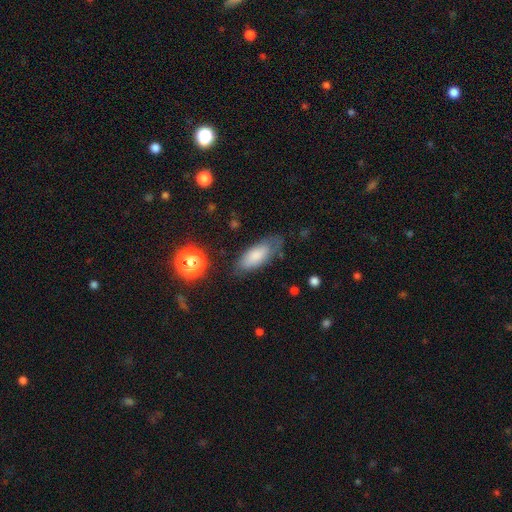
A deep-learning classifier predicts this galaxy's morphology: This appears to be a smooth galaxy with no disk features (78%) that is in between round and cigar-shaped (79%). Merging: none (64%).